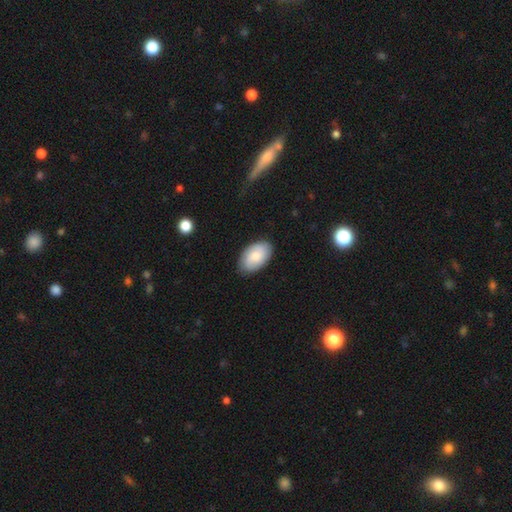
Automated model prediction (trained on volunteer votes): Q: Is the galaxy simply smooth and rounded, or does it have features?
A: smooth — 69%.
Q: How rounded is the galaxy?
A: in between — 94%.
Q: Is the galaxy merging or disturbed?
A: none — 84%.